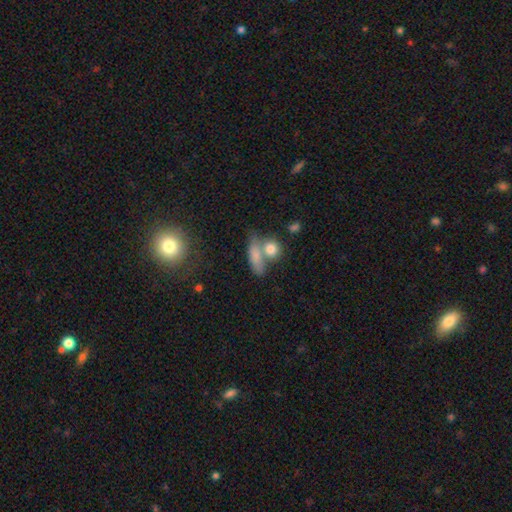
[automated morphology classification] smooth_or_featured: smooth (p=0.78) [alt: featured or disk p=0.14]
how_rounded: in between (p=0.55) [alt: cigar-shaped p=0.22]
merging: none (p=0.42) [alt: merger p=0.39]